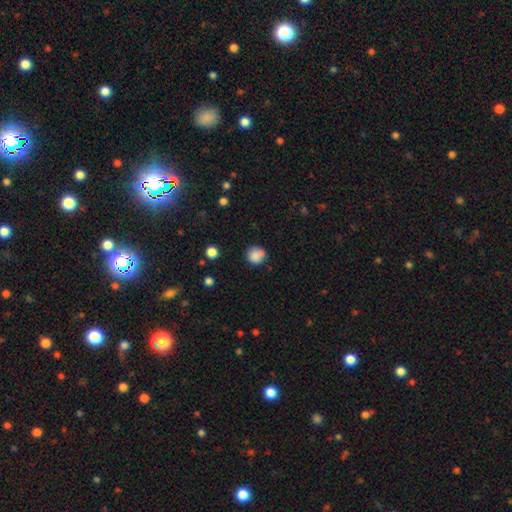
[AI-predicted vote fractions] A smooth galaxy with no disk features (83%) that is round (89%). Merging: none (66%).